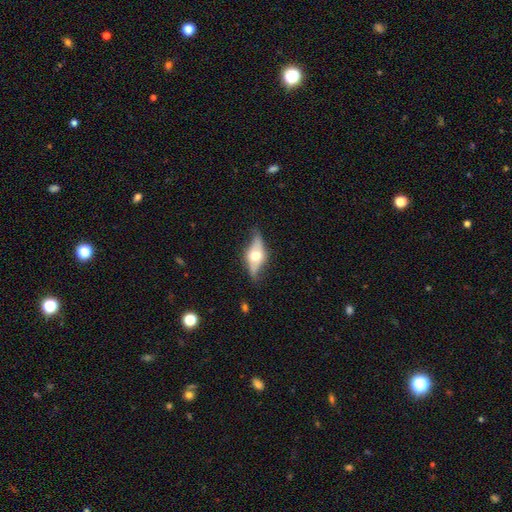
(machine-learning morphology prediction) smooth-or-featured: featured or disk: 63% | smooth: 30% | star or artifact: 7%
  disk-edge-on: yes: 78% | no: 22%
  merging: none: 68% | minor disturbance: 22% | major disturbance: 9% | merger: 2%